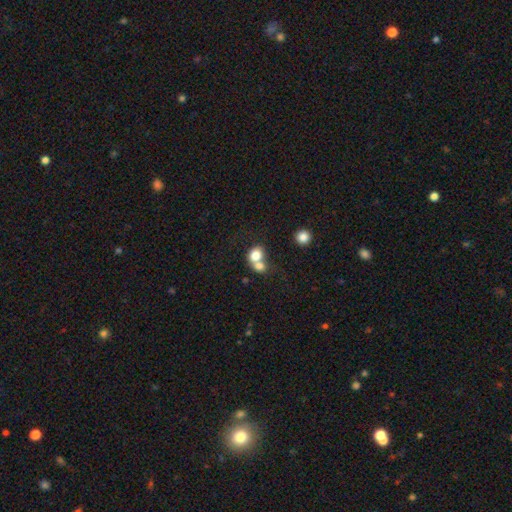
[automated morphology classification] Q: Smooth or featured?
A: smooth (77%); runner-up: featured or disk (13%)
Q: How rounded?
A: round (62%); runner-up: in between (37%)
Q: Merging?
A: merger (62%); runner-up: none (27%)